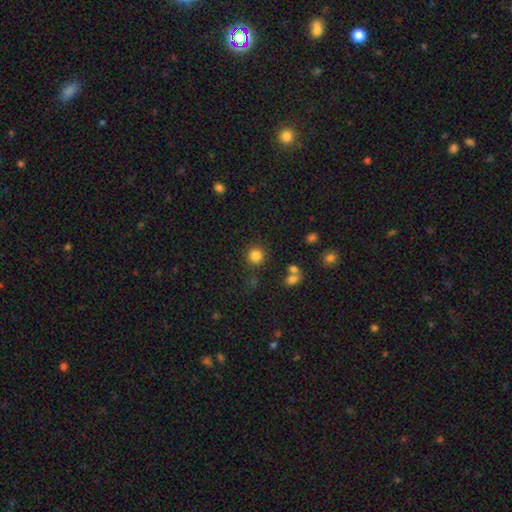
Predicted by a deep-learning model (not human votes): Overall: smooth (83%). How rounded: round (93%). Merging: none (86%).